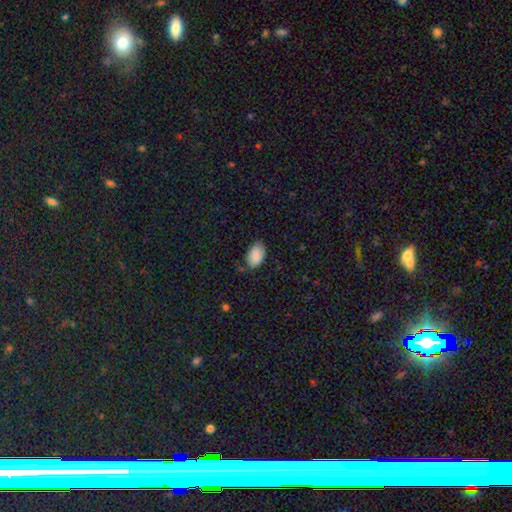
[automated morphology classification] smooth-or-featured: smooth: 88% | star or artifact: 8% | featured or disk: 5%
  how-rounded: in between: 93% | round: 6% | cigar-shaped: 1%
  merging: none: 73% | minor disturbance: 21% | major disturbance: 4% | merger: 2%